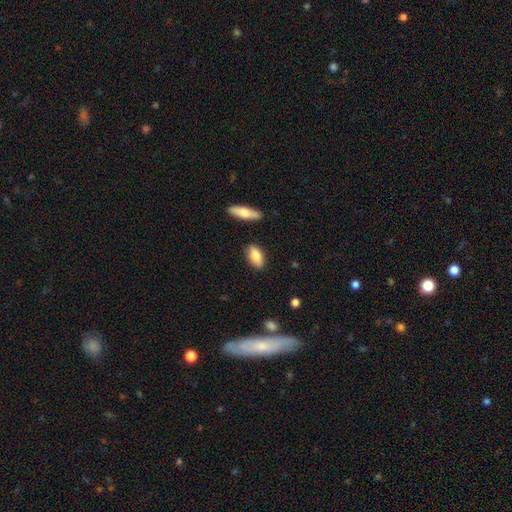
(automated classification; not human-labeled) Smooth or featured? smooth (80%)
How rounded? in between (85%)
Merging? none (84%)